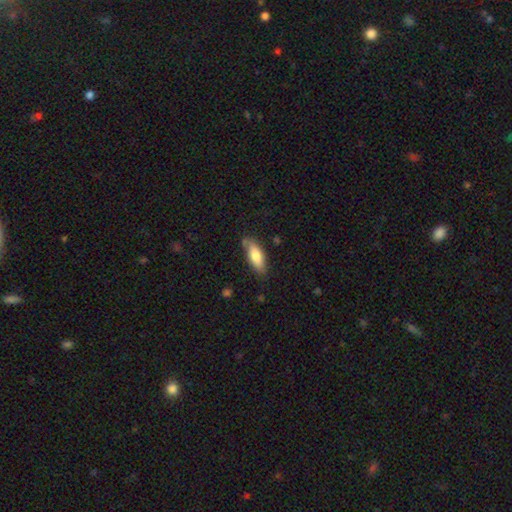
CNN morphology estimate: A smooth galaxy with no disk features (74%) that is in between round and cigar-shaped (65%).

Vote fractions:
- Smooth or featured? smooth: 74% / featured or disk: 19% / star or artifact: 6%
- How rounded? in between: 65% / cigar-shaped: 33% / round: 2%
- Merging? none: 75% / minor disturbance: 18% / major disturbance: 3% / merger: 3%